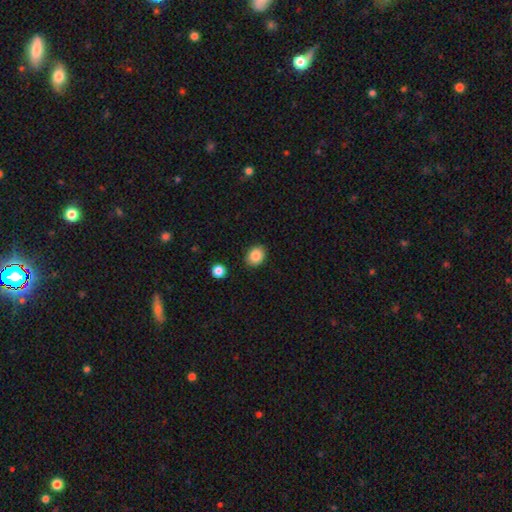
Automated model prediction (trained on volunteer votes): This appears to be a smooth galaxy with no disk features (86%) that is round (51%). Merging: none (88%).